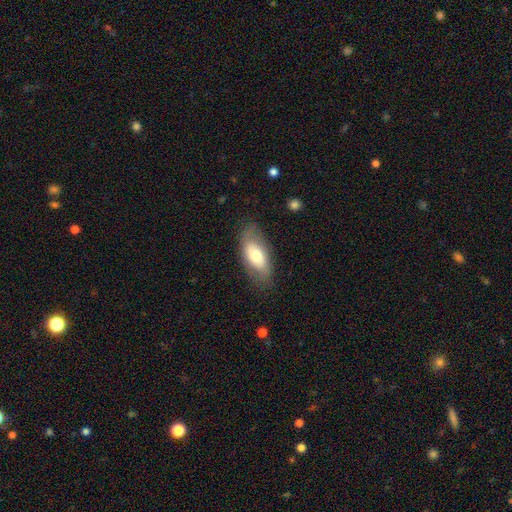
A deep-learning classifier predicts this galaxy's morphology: A smooth galaxy with no disk features (61%) that is in between round and cigar-shaped (88%).

Vote fractions:
- Smooth or featured? smooth: 61% / featured or disk: 32% / star or artifact: 6%
- How rounded? in between: 88% / cigar-shaped: 8% / round: 4%
- Merging? none: 77% / minor disturbance: 17% / major disturbance: 5% / merger: 1%